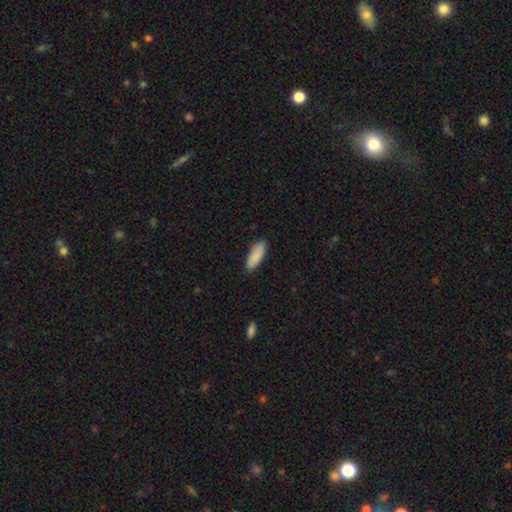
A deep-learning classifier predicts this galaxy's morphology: Smooth or featured?
  - smooth: 90% *
  - star or artifact: 6%
  - featured or disk: 5%
How rounded?
  - in between: 70% *
  - cigar-shaped: 29%
  - round: 2%
Merging?
  - none: 88% *
  - minor disturbance: 9%
  - major disturbance: 2%
  - merger: 1%